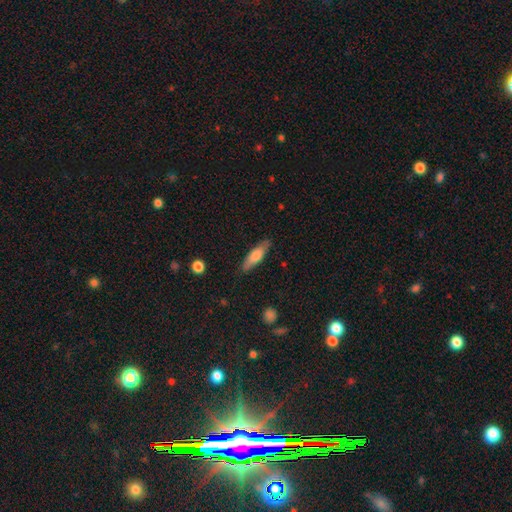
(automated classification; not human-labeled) Morphology: type=smooth (67%); roundness=cigar-shaped (64%); merging=none (83%).